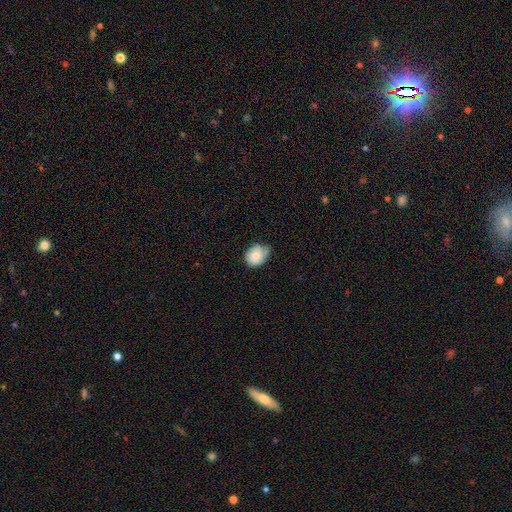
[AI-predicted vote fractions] Smooth or featured: smooth — 78% (featured or disk — 15%)
How rounded: round — 55% (in between — 44%)
Merging: none — 50% (minor disturbance — 40%)